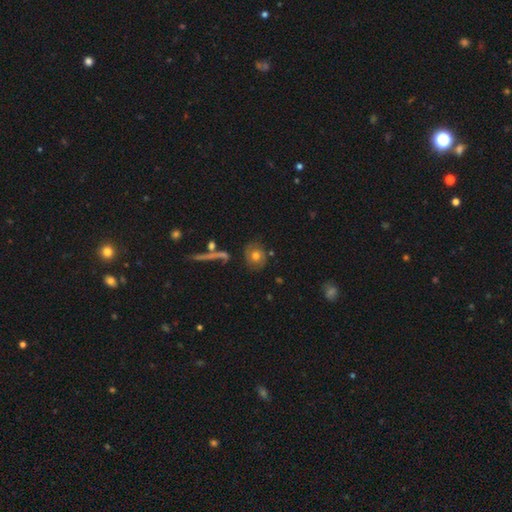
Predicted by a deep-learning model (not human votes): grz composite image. It shows a featured or disk galaxy (49%). Merging: none (76%).